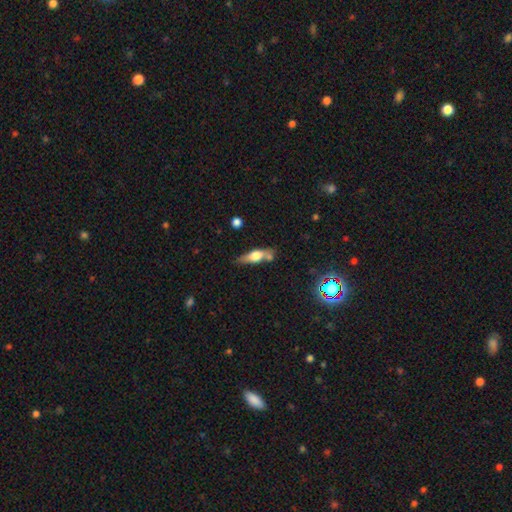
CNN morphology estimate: Smooth or featured?
  - featured or disk: 46% *
  - smooth: 45%
  - star or artifact: 8%
Merging?
  - none: 60% *
  - minor disturbance: 19%
  - merger: 15%
  - major disturbance: 6%